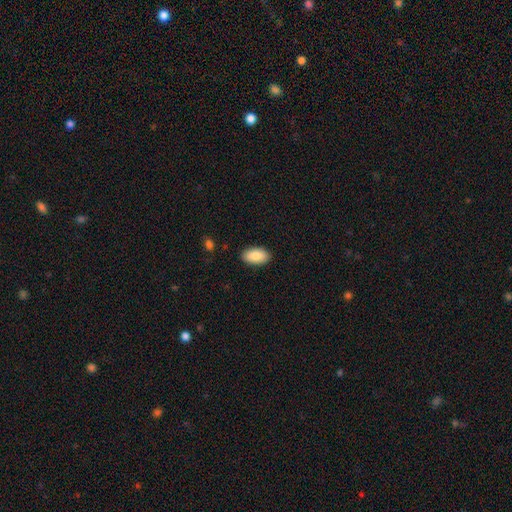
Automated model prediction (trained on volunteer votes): smooth 86%, featured or disk 7%, star or artifact 7%. Down the decision tree: how rounded — in between (95%); merging — none (89%).